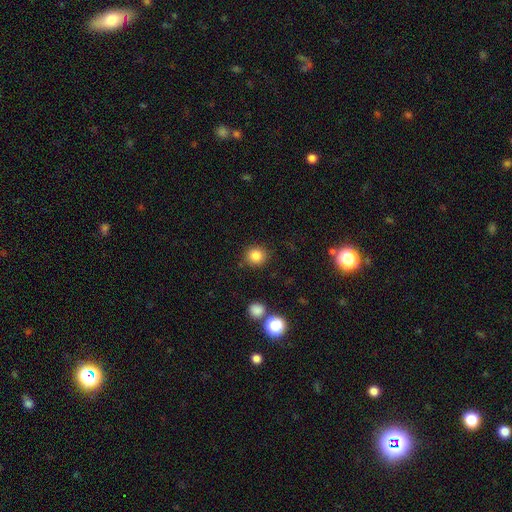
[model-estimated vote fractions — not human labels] Smooth or featured?
  - smooth: 84% *
  - star or artifact: 11%
  - featured or disk: 5%
How rounded?
  - round: 91% *
  - in between: 8%
  - cigar-shaped: 1%
Merging?
  - none: 89% *
  - minor disturbance: 6%
  - major disturbance: 2%
  - merger: 2%